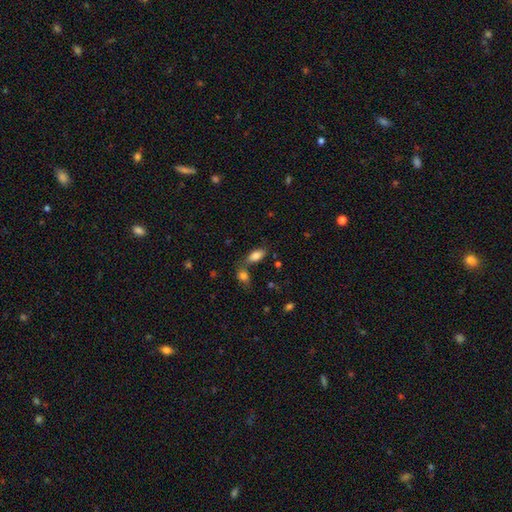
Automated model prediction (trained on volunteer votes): smooth_or_featured: smooth (p=0.83) [alt: featured or disk p=0.09]
how_rounded: in between (p=0.89) [alt: cigar-shaped p=0.07]
merging: none (p=0.58) [alt: merger p=0.26]